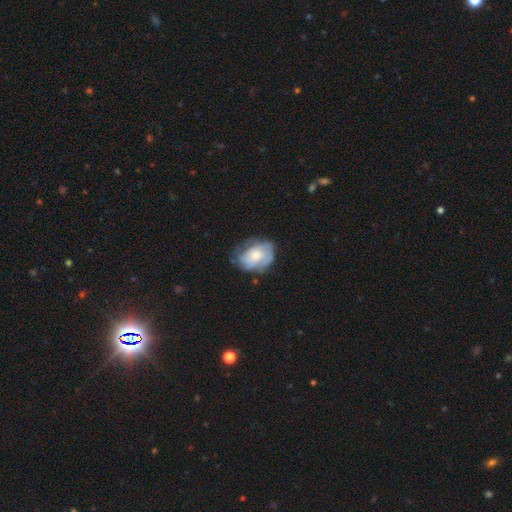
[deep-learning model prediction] Overall: smooth (47%; featured or disk 46%). Merging: none (53%; minor disturbance 30%).